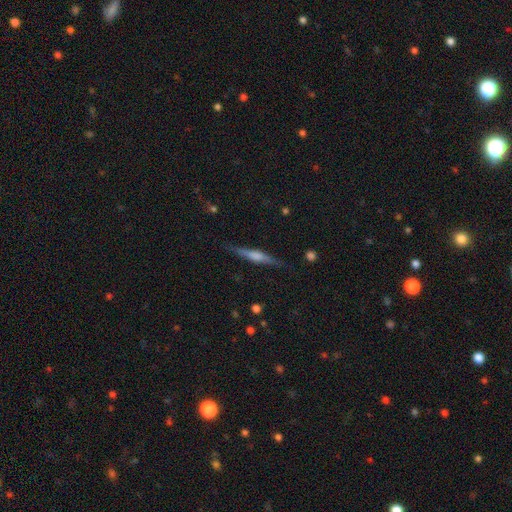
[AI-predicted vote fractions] This is likely a featured or disk galaxy (64%). It is clearly viewed edge-on (97%). Edge-on bulge: likely rounded (63%). Merging: clearly none (86%).